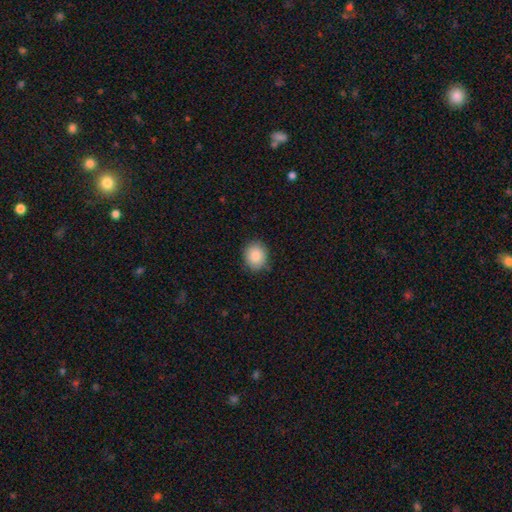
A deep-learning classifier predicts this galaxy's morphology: Q: Smooth or featured?
A: smooth (88%); runner-up: star or artifact (8%)
Q: How rounded?
A: round (66%); runner-up: in between (33%)
Q: Merging?
A: none (85%); runner-up: minor disturbance (12%)